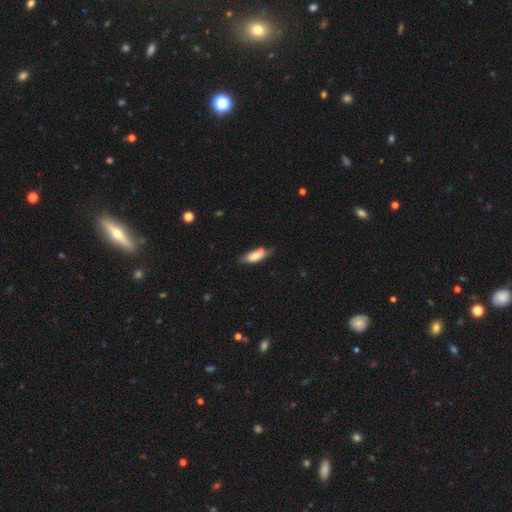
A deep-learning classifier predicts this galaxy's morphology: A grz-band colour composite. It shows a smooth galaxy with no disk features (72%) that is in between round and cigar-shaped (68%). Merging: none (60%).